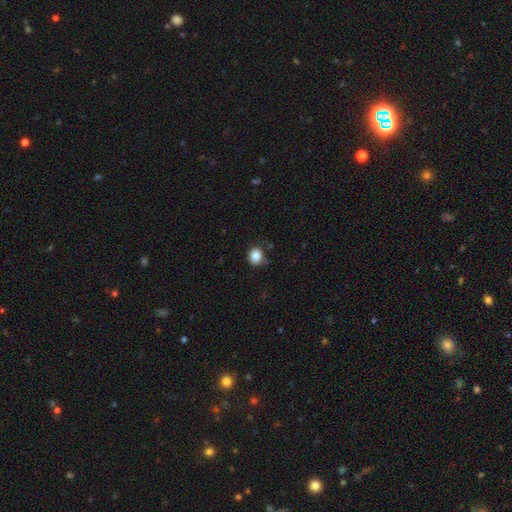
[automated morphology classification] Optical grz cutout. It shows a smooth galaxy with no disk features (83%) that is round (81%). Merging: none (75%).